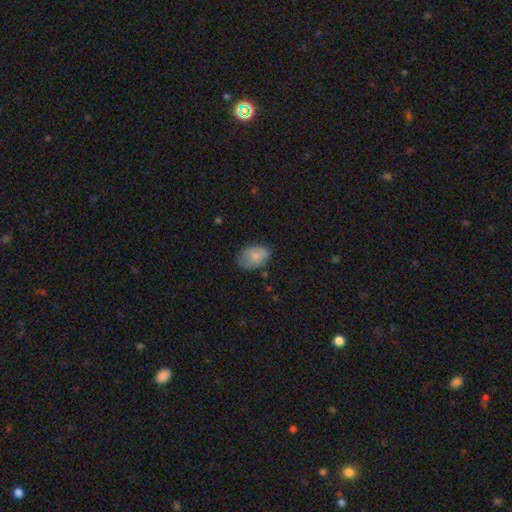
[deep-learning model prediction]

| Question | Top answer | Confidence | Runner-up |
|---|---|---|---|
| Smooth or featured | smooth | 77% | featured or disk (16%) |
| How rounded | in between | 81% | round (17%) |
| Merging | none | 61% | minor disturbance (30%) |